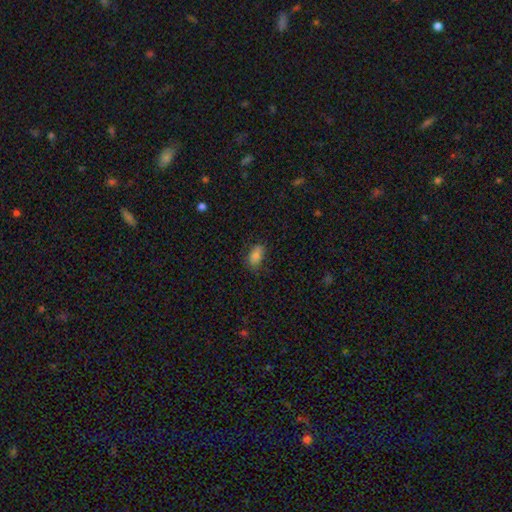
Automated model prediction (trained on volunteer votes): This is likely a smooth galaxy (78%). How rounded: clearly in between (88%). Merging: likely none (66%).